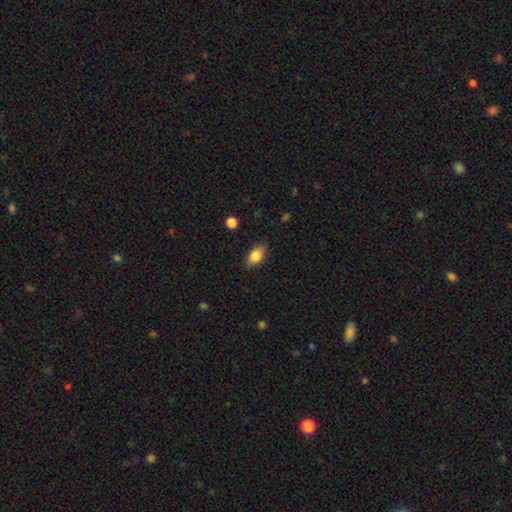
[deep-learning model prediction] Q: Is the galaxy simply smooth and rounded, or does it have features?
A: smooth — 81%.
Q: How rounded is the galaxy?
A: in between — 85%.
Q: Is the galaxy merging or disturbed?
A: none — 83%.